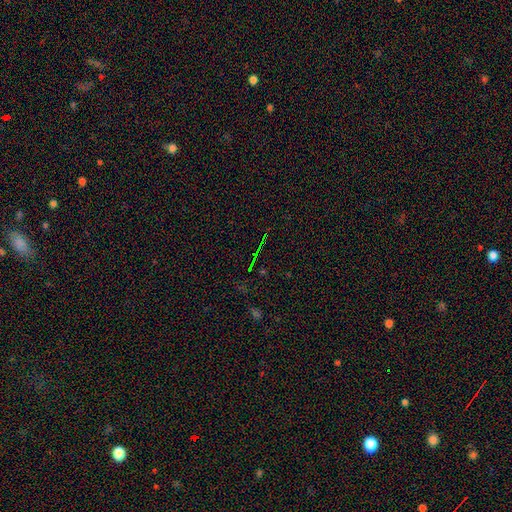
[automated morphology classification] The model was most divided on "smooth or featured": star or artifact: 77%, featured or disk: 12%, smooth: 11%.